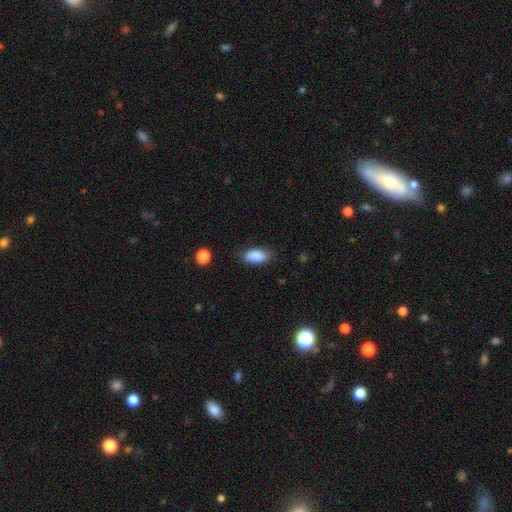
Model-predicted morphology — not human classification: smooth 89%, star or artifact 7%, featured or disk 4%. Down the decision tree: how rounded — in between (92%); merging — none (81%).